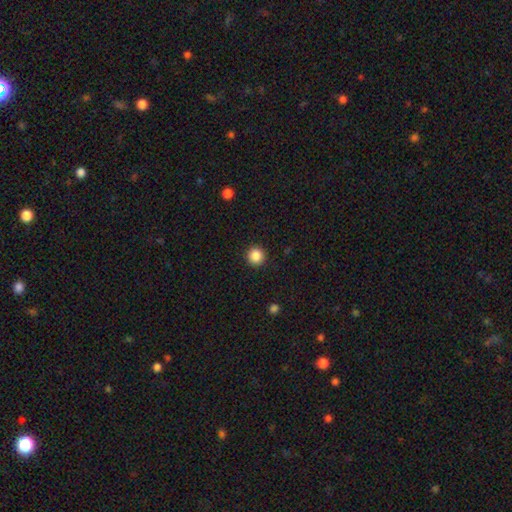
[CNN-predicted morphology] type=smooth (86%); roundness=round (95%); merging=none (92%).